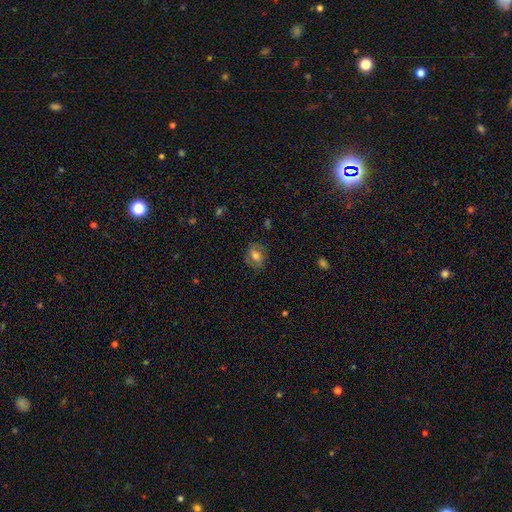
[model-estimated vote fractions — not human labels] smooth-or-featured: smooth: 67% | featured or disk: 22% | star or artifact: 11%
  how-rounded: in between: 54% | round: 45% | cigar-shaped: 2%
  merging: none: 75% | minor disturbance: 17% | major disturbance: 7% | merger: 1%